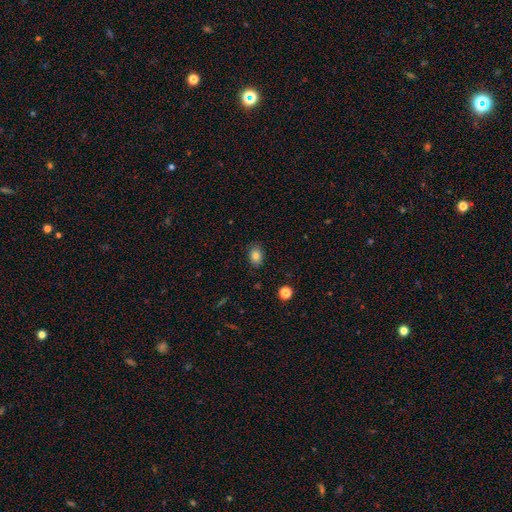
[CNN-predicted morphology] This is clearly a smooth galaxy (82%). How rounded: likely in between (72%). Merging: clearly none (85%).